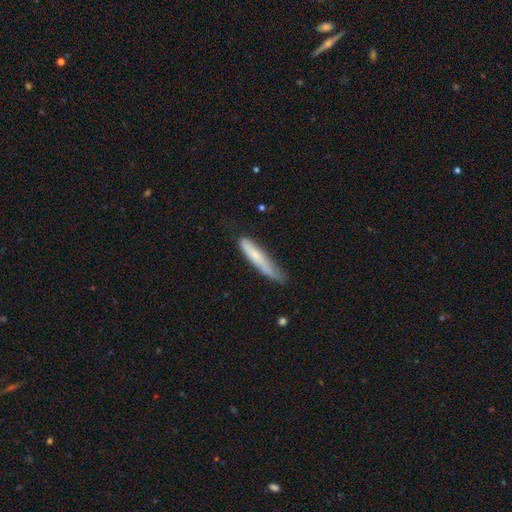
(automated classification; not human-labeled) smooth-or-featured: smooth: 68% | featured or disk: 26% | star or artifact: 6%
  how-rounded: cigar-shaped: 91% | in between: 8% | round: 1%
  merging: none: 53% | minor disturbance: 35% | major disturbance: 9% | merger: 3%